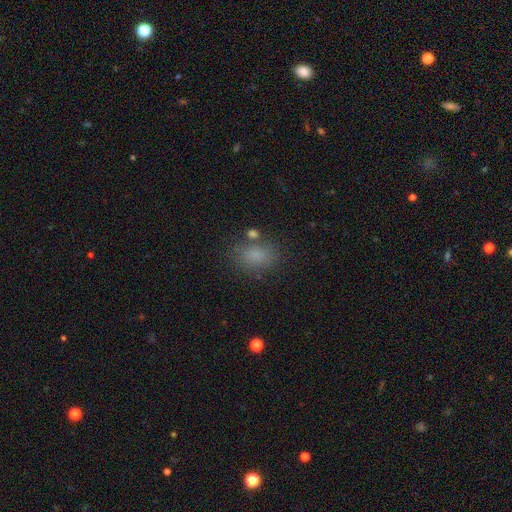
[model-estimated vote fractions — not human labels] Smooth or featured?
  - smooth: 80% *
  - star or artifact: 14%
  - featured or disk: 7%
How rounded?
  - in between: 69% *
  - round: 29%
  - cigar-shaped: 1%
Merging?
  - none: 74% *
  - minor disturbance: 14%
  - merger: 6%
  - major disturbance: 6%